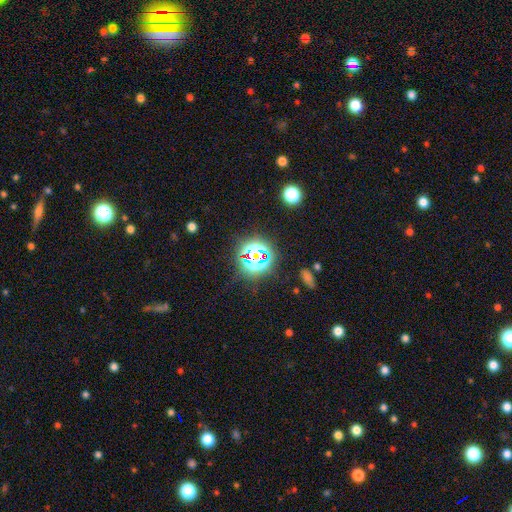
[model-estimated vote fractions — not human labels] A star or artifact, not a galaxy (76%).